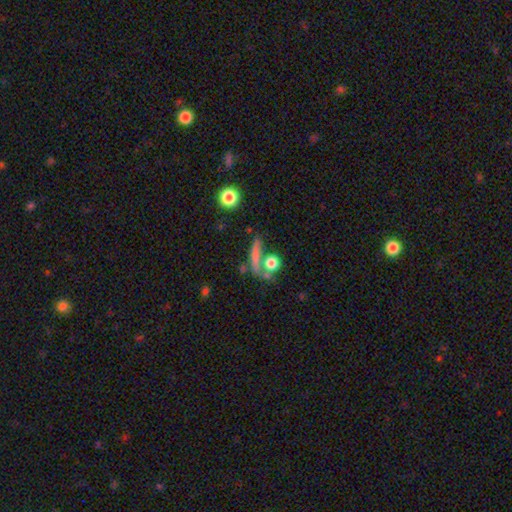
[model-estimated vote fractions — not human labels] The model was most divided on "how rounded": cigar-shaped: 49%, round: 31%, in between: 19%. More confident: smooth or featured — smooth (66%); merging — none (56%).